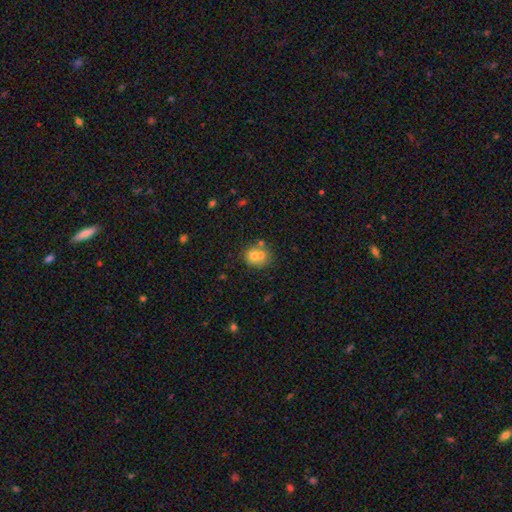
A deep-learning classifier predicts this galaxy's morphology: smooth 66%, featured or disk 22%, star or artifact 11%. Down the decision tree: how rounded — round (70%); merging — merger (45%).